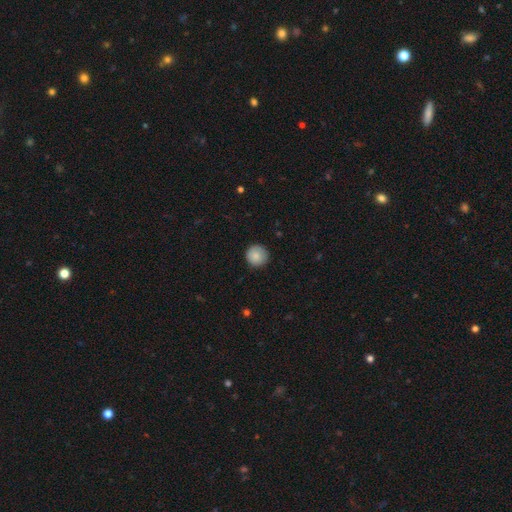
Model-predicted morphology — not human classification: type=smooth (85%); roundness=round (95%); merging=none (89%).